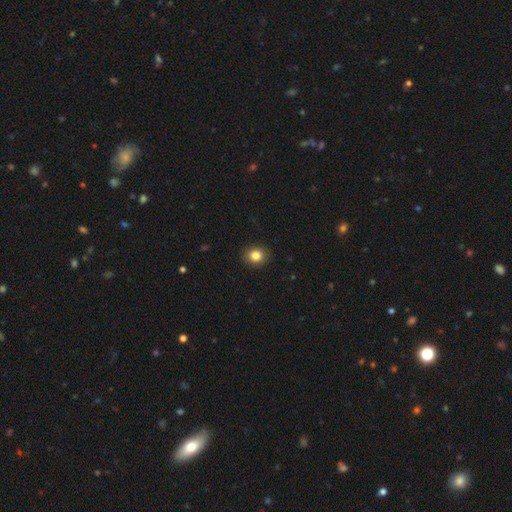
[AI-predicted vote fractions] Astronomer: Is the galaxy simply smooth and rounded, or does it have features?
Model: smooth — 83%.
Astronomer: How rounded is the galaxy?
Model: round — 68%.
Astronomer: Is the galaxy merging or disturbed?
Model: none — 90%.